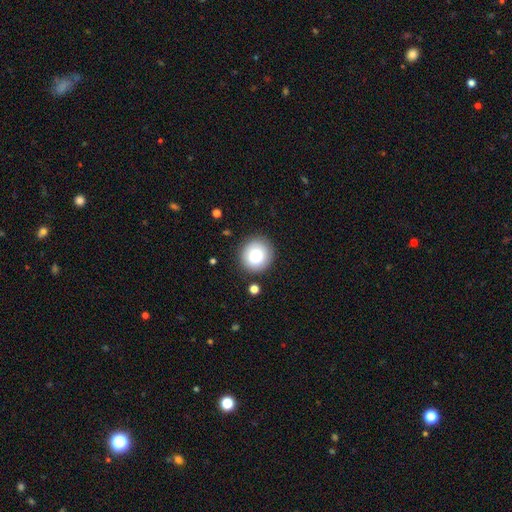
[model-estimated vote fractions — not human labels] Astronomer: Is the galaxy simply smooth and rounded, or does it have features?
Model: smooth — 78%.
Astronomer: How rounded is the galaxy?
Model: round — 91%.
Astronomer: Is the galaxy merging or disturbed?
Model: none — 88%.